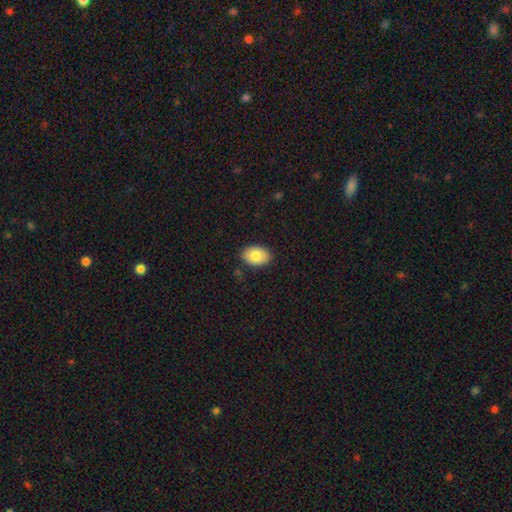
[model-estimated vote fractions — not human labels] This appears to be a smooth galaxy with no disk features (82%) that is in between round and cigar-shaped (88%). Merging: none (87%).